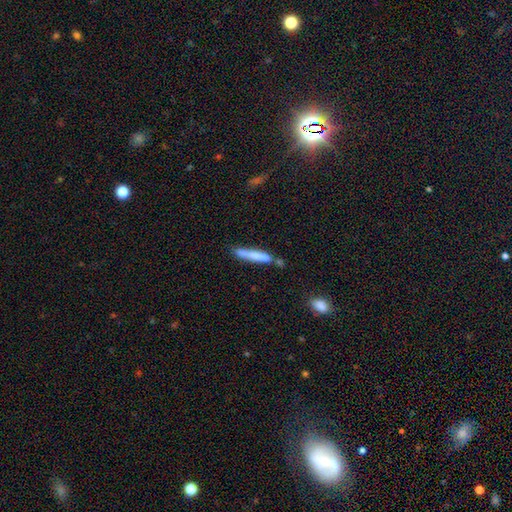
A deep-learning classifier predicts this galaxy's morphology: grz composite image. It shows a smooth galaxy with no disk features (68%) that is cigar-shaped (93%). Merging: none (64%).